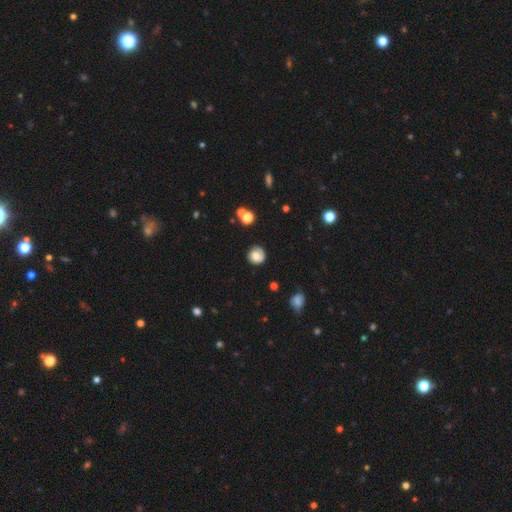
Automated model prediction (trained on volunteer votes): smooth 68%, featured or disk 22%, star or artifact 10%. Down the decision tree: how rounded — round (90%); merging — none (77%).